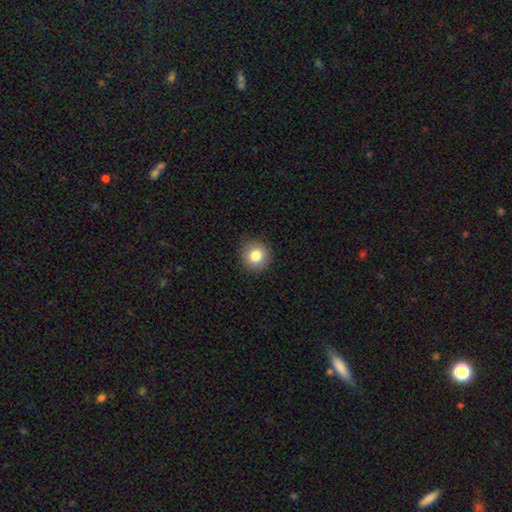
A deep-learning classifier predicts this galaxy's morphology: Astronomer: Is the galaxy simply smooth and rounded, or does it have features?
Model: smooth — 82%.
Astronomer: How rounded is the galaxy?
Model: round — 91%.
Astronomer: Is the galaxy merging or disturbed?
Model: none — 90%.